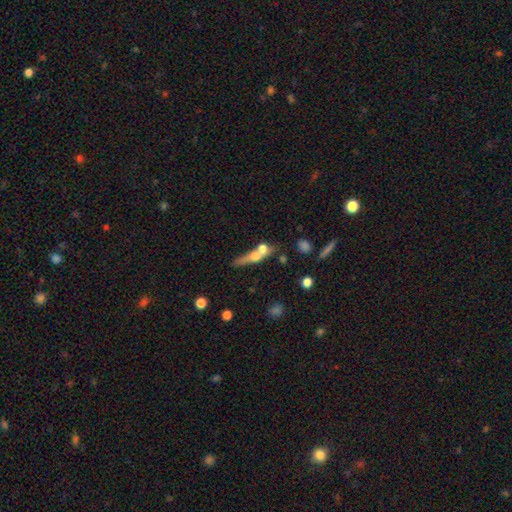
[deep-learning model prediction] This is possibly a smooth galaxy (49%). Merging: marginally none (43%).